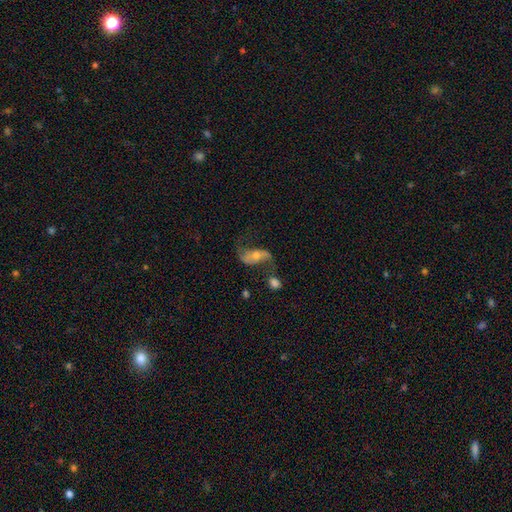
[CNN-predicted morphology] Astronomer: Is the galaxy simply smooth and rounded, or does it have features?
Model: featured or disk — 72%.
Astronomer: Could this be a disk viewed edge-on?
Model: no — 94%.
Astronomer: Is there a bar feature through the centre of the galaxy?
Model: no — 47% (runner-up: weak, 33%).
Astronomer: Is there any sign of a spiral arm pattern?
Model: yes — 89%.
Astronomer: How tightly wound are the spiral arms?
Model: loose — 83%.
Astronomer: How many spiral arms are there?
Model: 2 — 90%.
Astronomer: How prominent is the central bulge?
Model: moderate — 46% (runner-up: small, 41%).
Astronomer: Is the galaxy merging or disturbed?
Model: none — 48%.